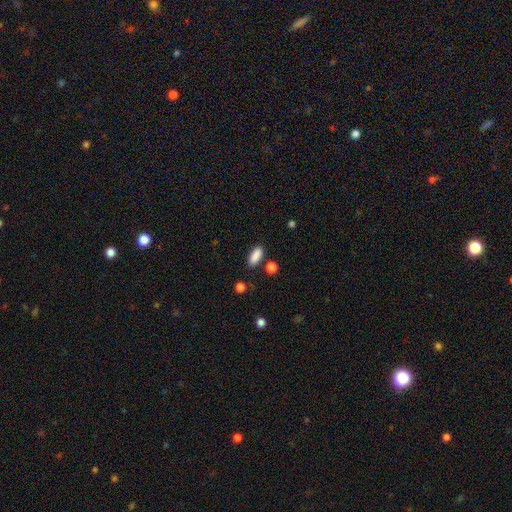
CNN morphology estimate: A smooth galaxy with no disk features (88%) that is in between round and cigar-shaped (78%). Merging: none (83%).